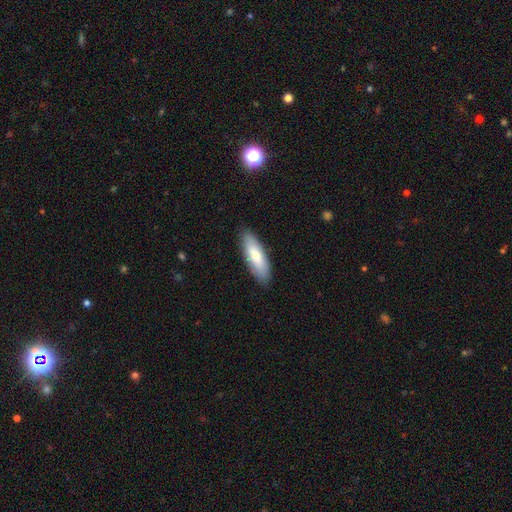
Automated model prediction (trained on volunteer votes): smooth-or-featured: smooth: 72% | featured or disk: 22% | star or artifact: 5%
  how-rounded: in between: 61% | cigar-shaped: 37% | round: 2%
  merging: none: 87% | minor disturbance: 10% | major disturbance: 2% | merger: 1%